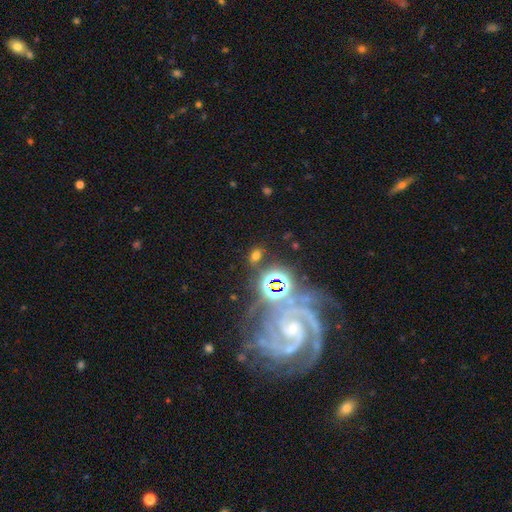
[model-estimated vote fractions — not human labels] Smooth or featured? smooth (46%)
Merging? none (71%)